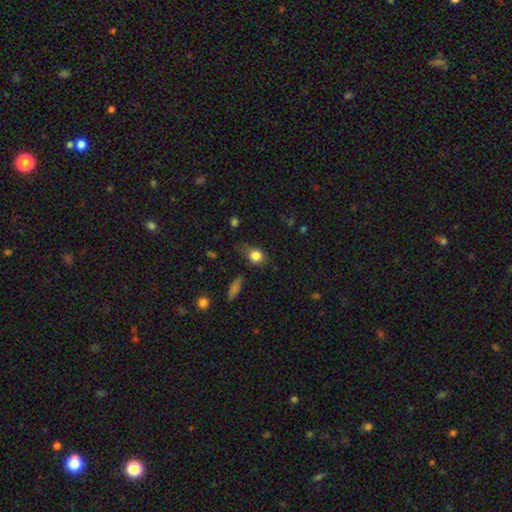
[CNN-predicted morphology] This is clearly a smooth galaxy (83%). How rounded: possibly round (55%). Merging: likely none (62%).